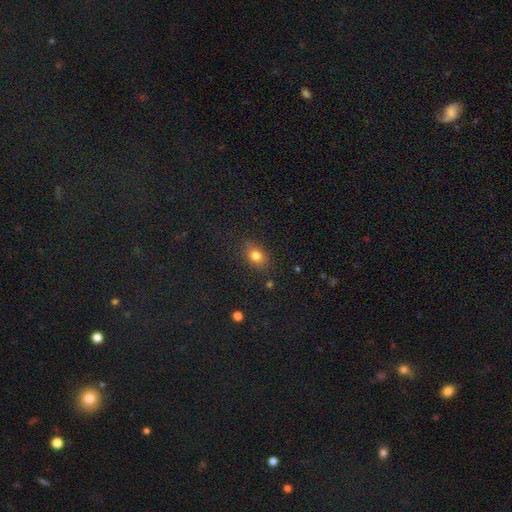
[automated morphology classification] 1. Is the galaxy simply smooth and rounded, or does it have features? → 79% smooth, 13% star or artifact, 8% featured or disk.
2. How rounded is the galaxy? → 57% in between, 42% round, 2% cigar-shaped.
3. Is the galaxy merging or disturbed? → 81% none, 14% minor disturbance, 4% major disturbance, 2% merger.